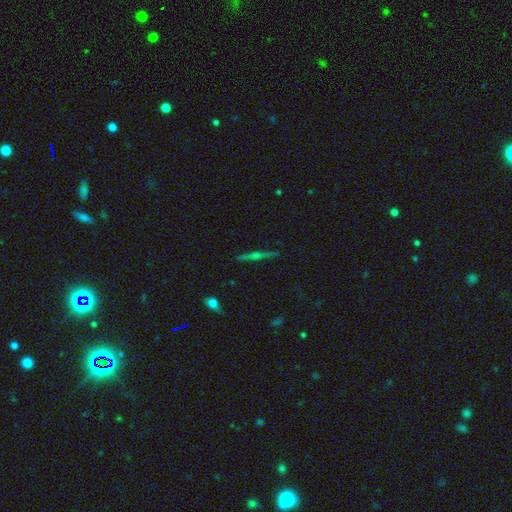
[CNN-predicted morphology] Smooth or featured? Predicted: featured or disk (p=0.69). Edge-on disk? Predicted: yes (p=0.96). Edge-on bulge? Predicted: rounded (p=0.75). Merging? Predicted: none (p=0.89).